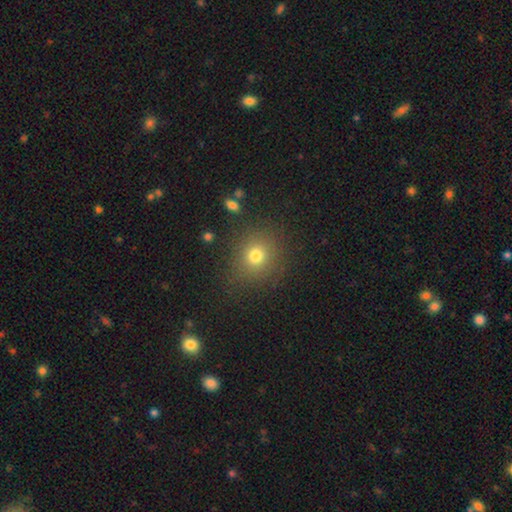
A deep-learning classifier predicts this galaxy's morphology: Smooth or featured? Predicted: smooth (p=0.74). How rounded? Predicted: round (p=0.77). Merging? Predicted: none (p=0.84).